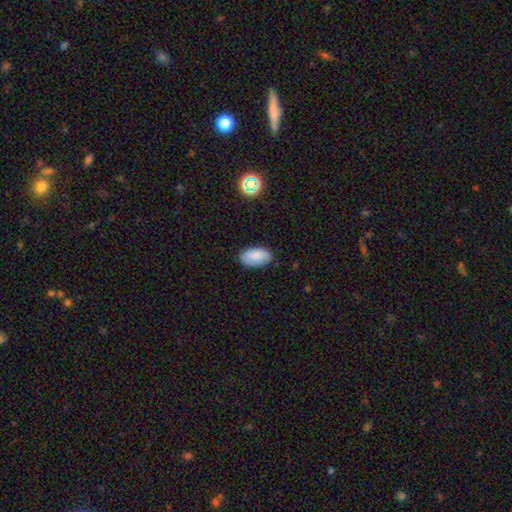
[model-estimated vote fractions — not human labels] A smooth galaxy with no disk features (84%) that is in between round and cigar-shaped (95%).

Vote fractions:
- Smooth or featured? smooth: 84% / featured or disk: 8% / star or artifact: 8%
- How rounded? in between: 95% / round: 4% / cigar-shaped: 2%
- Merging? none: 82% / minor disturbance: 14% / major disturbance: 3% / merger: 1%